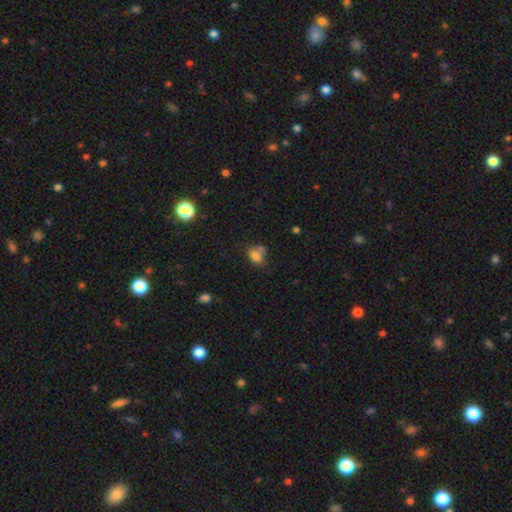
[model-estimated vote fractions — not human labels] smooth_or_featured: smooth (p=0.76) [alt: star or artifact p=0.13]
how_rounded: in between (p=0.73) [alt: round p=0.25]
merging: none (p=0.40) [alt: merger p=0.35]